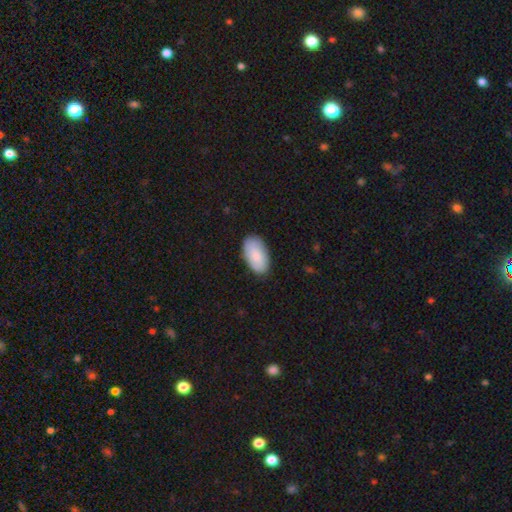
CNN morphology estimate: Overall: smooth (86%). How rounded: in between (96%). Merging: none (85%).